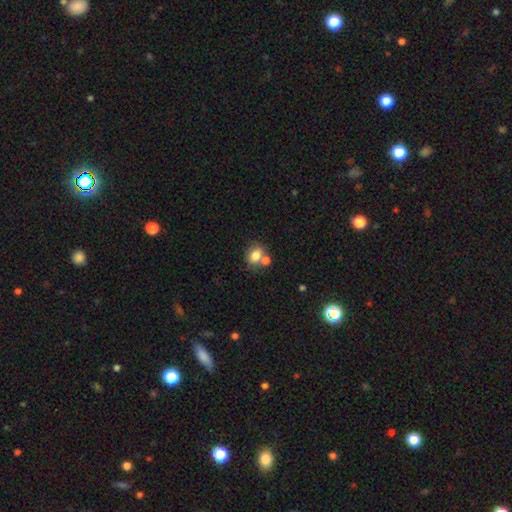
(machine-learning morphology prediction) smooth 77%, featured or disk 13%, star or artifact 10%. Down the decision tree: how rounded — in between (61%); merging — none (48%).